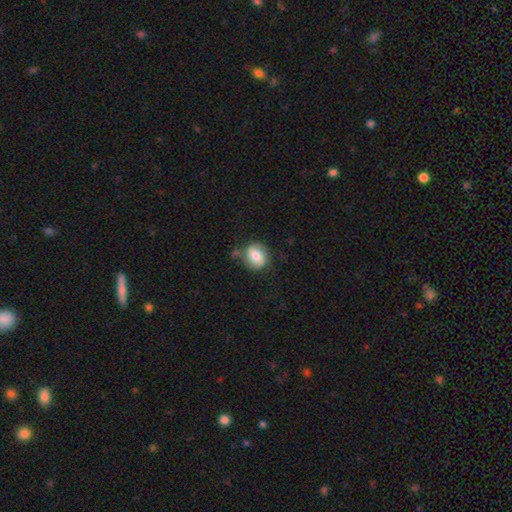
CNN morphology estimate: smooth_or_featured: smooth (p=0.64) [alt: featured or disk p=0.28]
how_rounded: round (p=0.64) [alt: in between p=0.34]
merging: none (p=0.69) [alt: minor disturbance p=0.20]